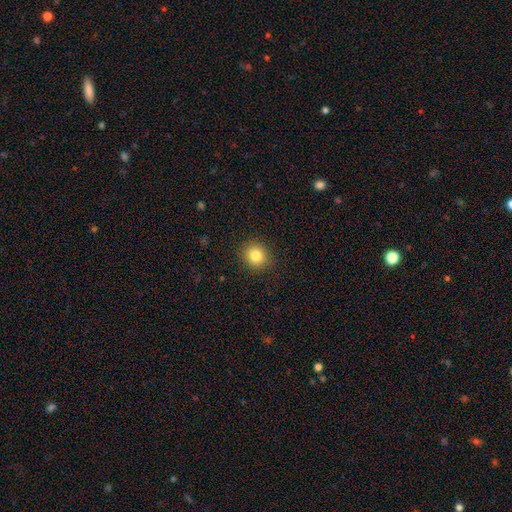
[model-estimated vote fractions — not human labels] Smooth or featured? smooth (82%)
How rounded? round (82%)
Merging? none (90%)